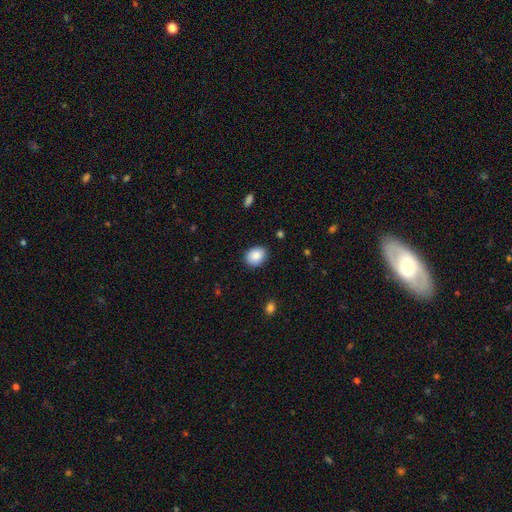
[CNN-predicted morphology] This appears to be a smooth galaxy with no disk features (88%) that is in between round and cigar-shaped (57%). Merging: none (87%).